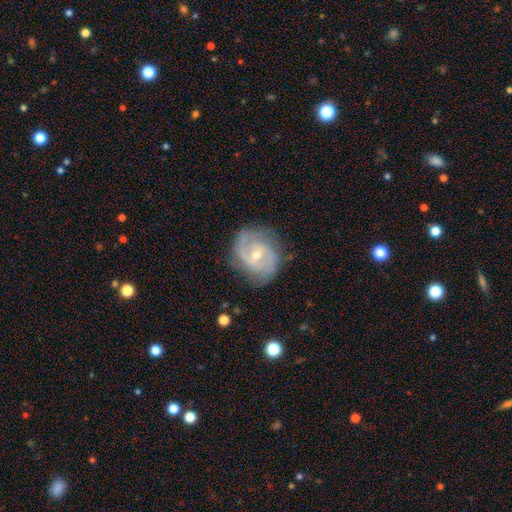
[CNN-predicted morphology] Smooth or featured? featured or disk (83%)
Edge-on disk? no (97%)
Bar? weak (46%)
Spiral arms? yes (94%)
Spiral winding? medium (45%)
Spiral arm count? 2 (70%)
Bulge size? small (55%)
Merging? none (73%)